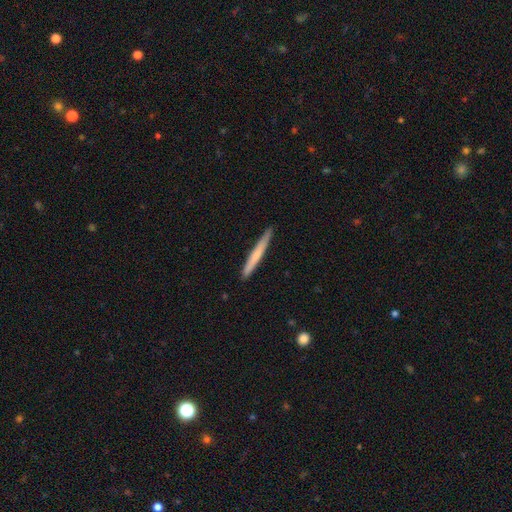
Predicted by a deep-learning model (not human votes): smooth_or_featured: smooth (p=0.60) [alt: featured or disk p=0.35]
how_rounded: cigar-shaped (p=0.97) [alt: in between p=0.02]
merging: none (p=0.90) [alt: minor disturbance p=0.07]